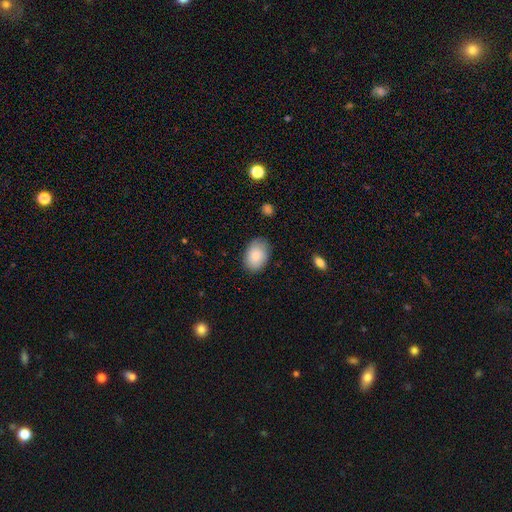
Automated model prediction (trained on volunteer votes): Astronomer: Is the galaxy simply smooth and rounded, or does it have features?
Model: smooth — 83%.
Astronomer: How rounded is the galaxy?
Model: in between — 82%.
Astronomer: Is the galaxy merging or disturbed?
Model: none — 80%.